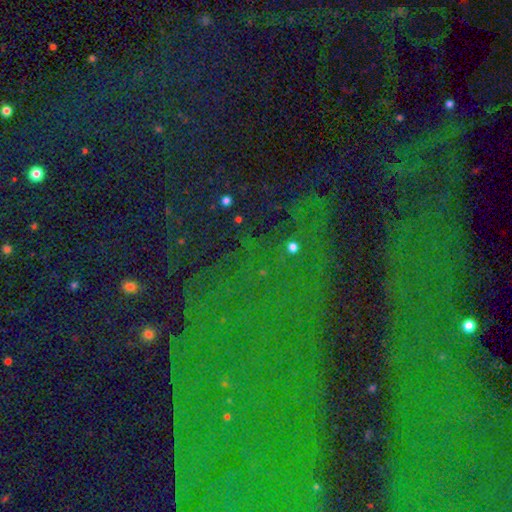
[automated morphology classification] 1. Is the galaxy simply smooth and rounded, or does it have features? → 83% star or artifact, 9% smooth, 8% featured or disk.